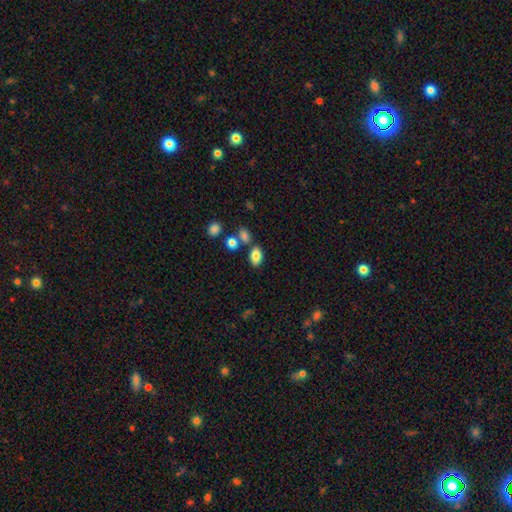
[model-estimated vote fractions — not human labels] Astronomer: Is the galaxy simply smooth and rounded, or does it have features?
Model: smooth — 83%.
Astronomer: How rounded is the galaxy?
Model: in between — 85%.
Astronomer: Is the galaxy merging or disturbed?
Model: none — 70%.